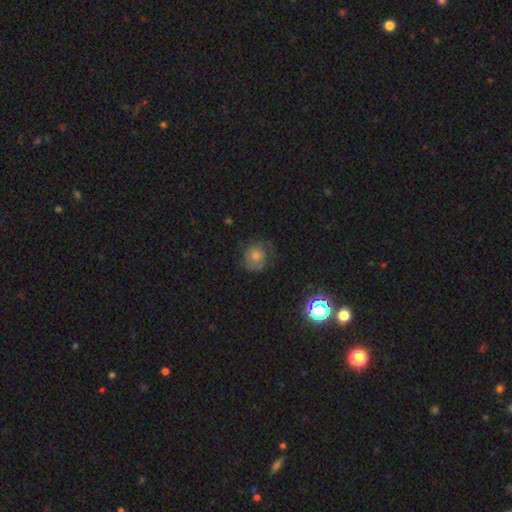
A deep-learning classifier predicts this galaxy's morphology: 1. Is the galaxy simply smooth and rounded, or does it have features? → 51% smooth, 29% featured or disk, 20% star or artifact.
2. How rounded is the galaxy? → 80% round, 19% in between, 1% cigar-shaped.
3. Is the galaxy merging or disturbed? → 65% none, 23% minor disturbance, 11% major disturbance, 2% merger.